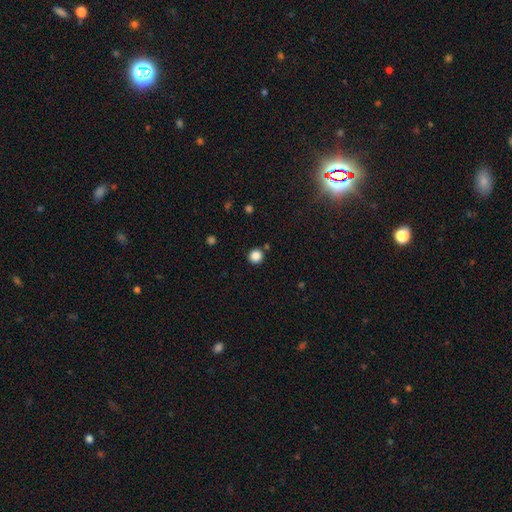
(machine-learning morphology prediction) smooth 85%, star or artifact 11%, featured or disk 3%. Down the decision tree: how rounded — round (94%); merging — none (88%).